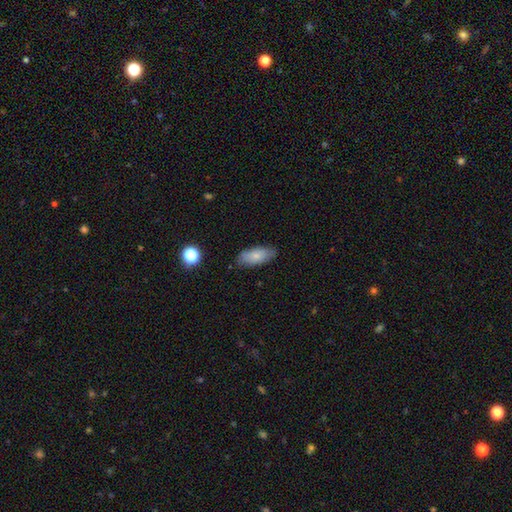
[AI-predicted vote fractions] smooth-or-featured: smooth: 79% | featured or disk: 14% | star or artifact: 7%
  how-rounded: in between: 85% | cigar-shaped: 12% | round: 3%
  merging: none: 80% | minor disturbance: 15% | major disturbance: 3% | merger: 1%